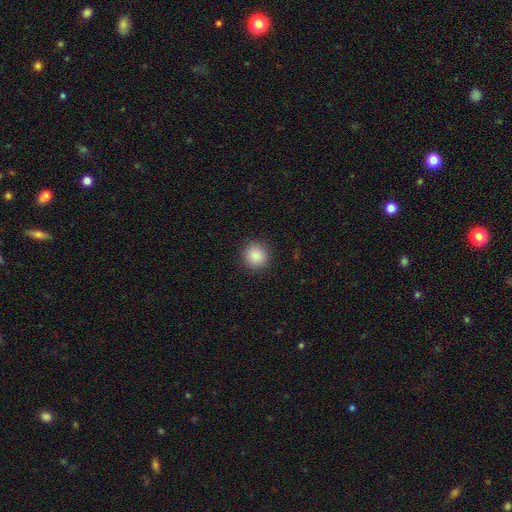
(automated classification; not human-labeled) The model was most divided on "smooth or featured": smooth: 88%, star or artifact: 9%, featured or disk: 3%. More confident: merging — none (91%); how rounded — round (90%).